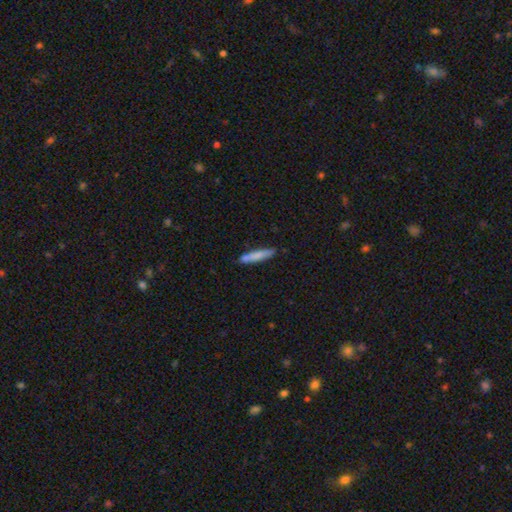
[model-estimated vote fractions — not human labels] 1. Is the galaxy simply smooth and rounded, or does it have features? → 78% smooth, 16% featured or disk, 6% star or artifact.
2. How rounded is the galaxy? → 90% cigar-shaped, 9% in between, 1% round.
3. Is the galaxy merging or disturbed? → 79% none, 13% minor disturbance, 6% merger, 2% major disturbance.